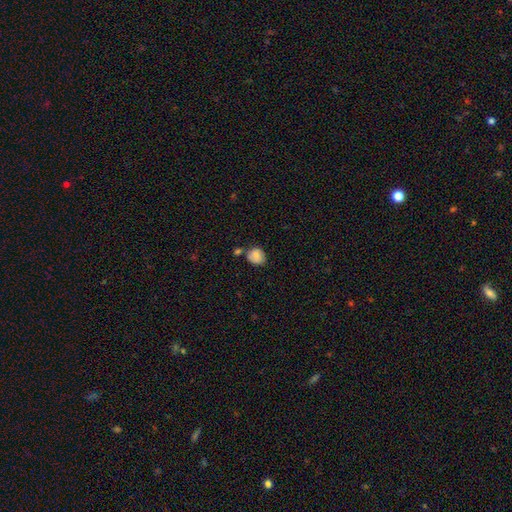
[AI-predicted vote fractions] Smooth or featured: smooth — 83% (star or artifact — 9%)
How rounded: round — 70% (in between — 29%)
Merging: none — 59% (minor disturbance — 20%)